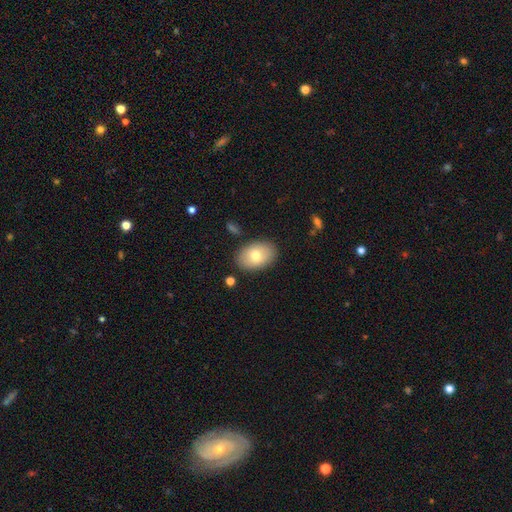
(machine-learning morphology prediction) This is likely a smooth galaxy (72%). How rounded: clearly in between (86%). Merging: clearly none (86%).